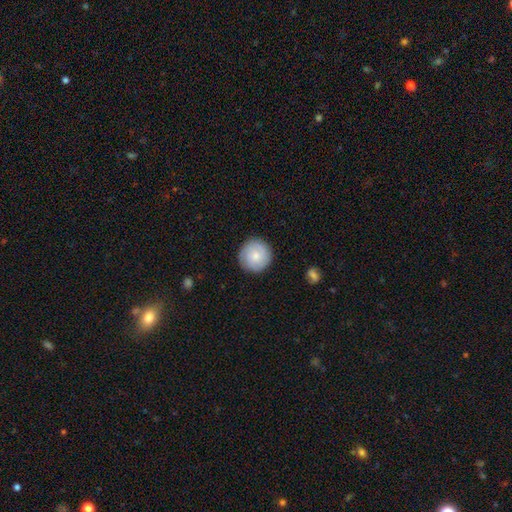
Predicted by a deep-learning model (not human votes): The model was most divided on "smooth or featured": smooth: 69%, featured or disk: 25%, star or artifact: 6%. More confident: how rounded — round (95%); merging — none (88%).